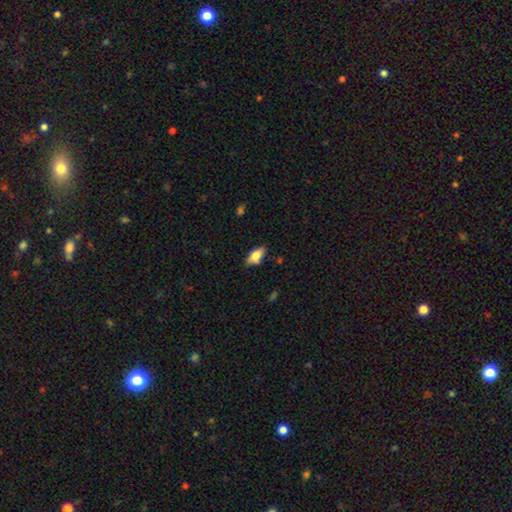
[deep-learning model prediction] Smooth or featured?
  - smooth: 78% *
  - featured or disk: 15%
  - star or artifact: 7%
How rounded?
  - in between: 87% *
  - cigar-shaped: 11%
  - round: 3%
Merging?
  - none: 77% *
  - minor disturbance: 18%
  - major disturbance: 3%
  - merger: 2%